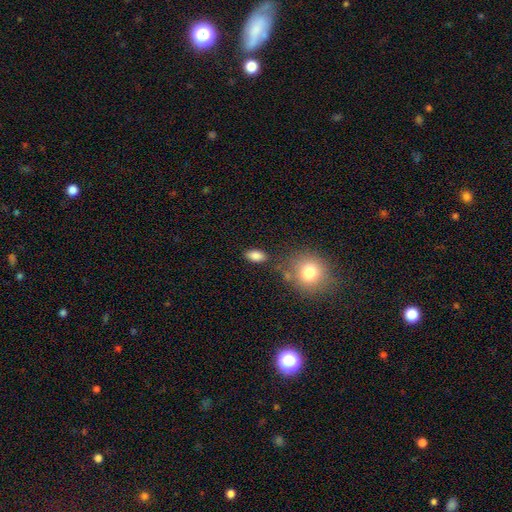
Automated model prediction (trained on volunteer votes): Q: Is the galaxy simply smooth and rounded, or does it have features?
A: smooth — 85%.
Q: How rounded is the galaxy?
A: in between — 89%.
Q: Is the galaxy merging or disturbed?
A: none — 78%.